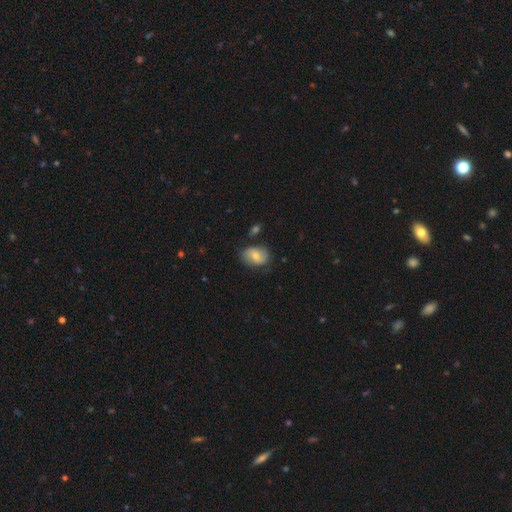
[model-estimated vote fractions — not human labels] smooth-or-featured: smooth: 63% | featured or disk: 29% | star or artifact: 8%
  how-rounded: in between: 76% | round: 23% | cigar-shaped: 1%
  merging: none: 65% | minor disturbance: 25% | major disturbance: 7% | merger: 3%